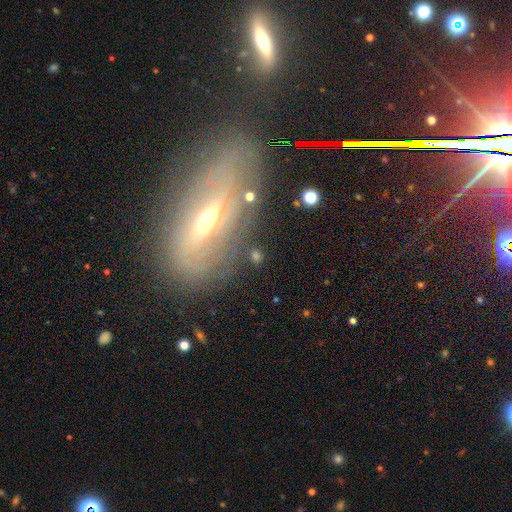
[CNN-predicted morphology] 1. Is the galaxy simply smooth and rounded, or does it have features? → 47% smooth, 37% featured or disk, 16% star or artifact.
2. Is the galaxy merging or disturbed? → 80% none, 11% minor disturbance, 5% major disturbance, 4% merger.